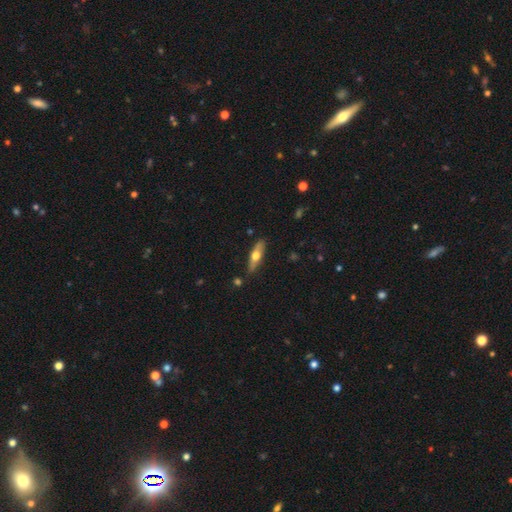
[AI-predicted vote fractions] The model was most divided on "smooth or featured": featured or disk: 51%, smooth: 44%, star or artifact: 5%. More confident: edge-on disk — yes (87%); merging — none (84%).